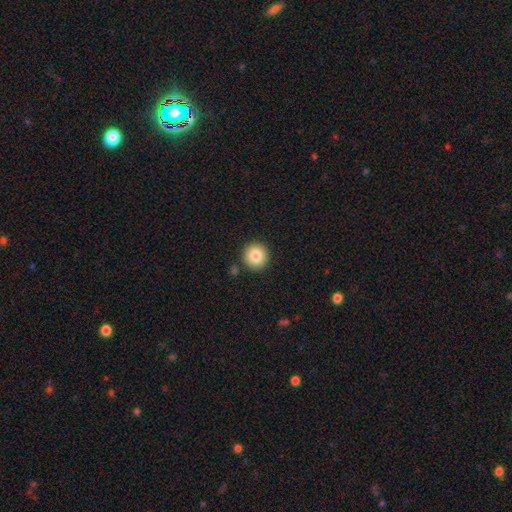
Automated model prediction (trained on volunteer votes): Smooth or featured? Predicted: smooth (p=0.84). How rounded? Predicted: round (p=0.95). Merging? Predicted: none (p=0.89).